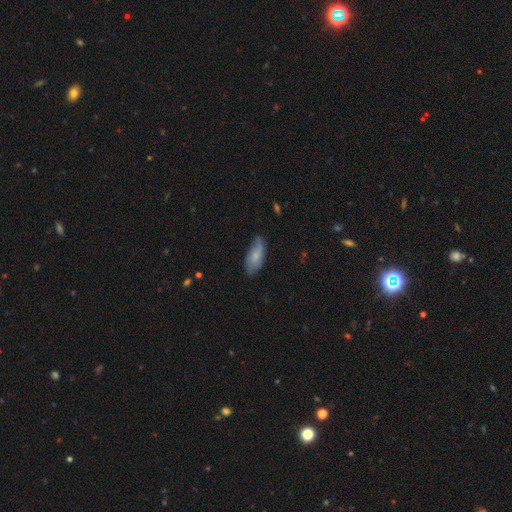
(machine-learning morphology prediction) Smooth or featured?
  - smooth: 73% *
  - featured or disk: 21%
  - star or artifact: 6%
How rounded?
  - in between: 84% *
  - cigar-shaped: 14%
  - round: 2%
Merging?
  - none: 68% *
  - minor disturbance: 26%
  - major disturbance: 5%
  - merger: 1%